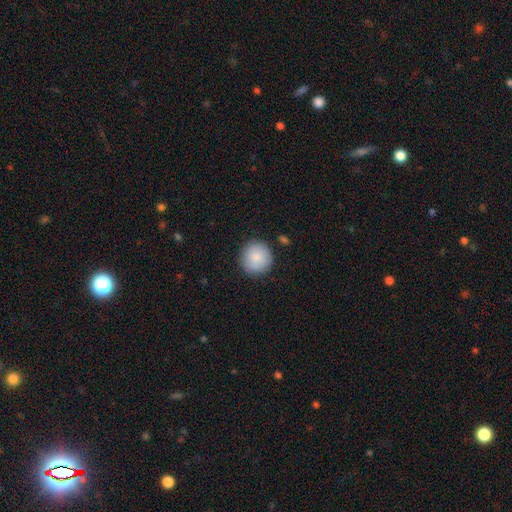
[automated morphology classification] smooth-or-featured: smooth: 86% | featured or disk: 8% | star or artifact: 6%
  how-rounded: round: 94% | in between: 5% | cigar-shaped: 1%
  merging: none: 86% | minor disturbance: 9% | major disturbance: 2% | merger: 2%